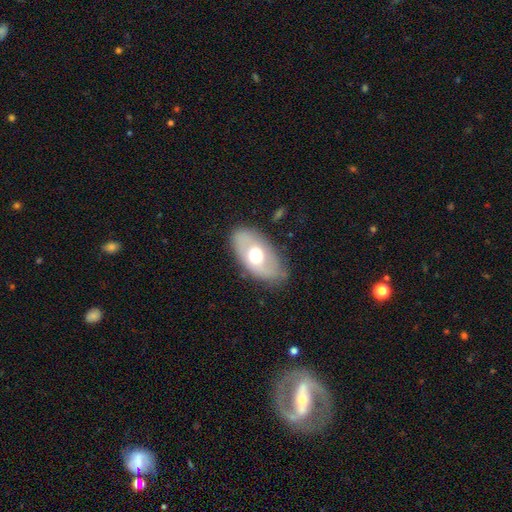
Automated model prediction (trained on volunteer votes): A smooth galaxy with no disk features (48%).

Vote fractions:
- Smooth or featured? smooth: 48% / featured or disk: 45% / star or artifact: 7%
- Merging? none: 76% / minor disturbance: 17% / major disturbance: 6% / merger: 1%